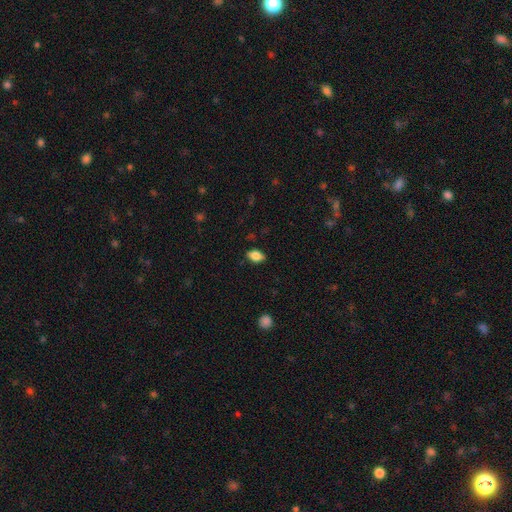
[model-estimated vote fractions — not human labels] smooth-or-featured: smooth: 83% | star or artifact: 8% | featured or disk: 8%
  how-rounded: in between: 87% | round: 11% | cigar-shaped: 3%
  merging: none: 84% | minor disturbance: 12% | major disturbance: 2% | merger: 1%